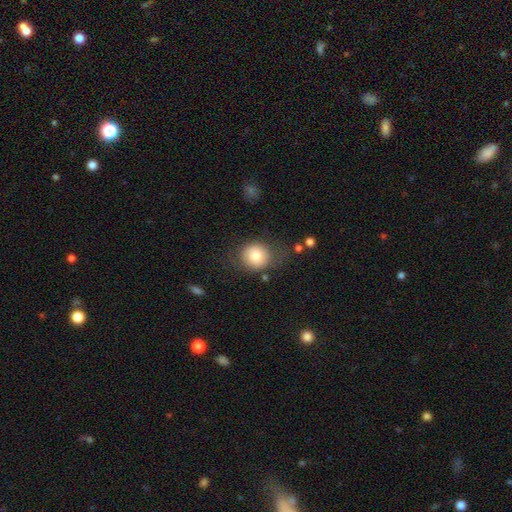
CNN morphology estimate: smooth 78%, featured or disk 13%, star or artifact 9%. Down the decision tree: how rounded — round (83%); merging — none (69%).